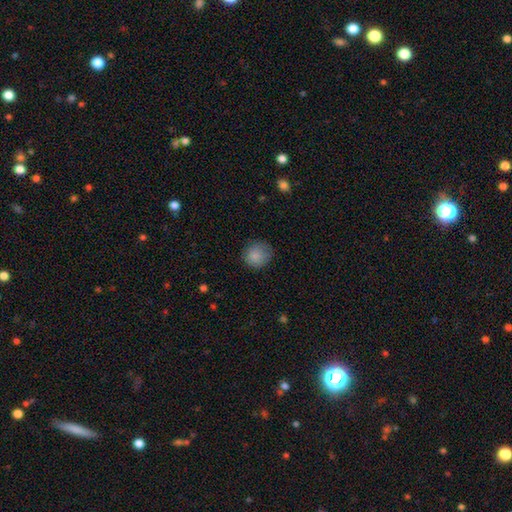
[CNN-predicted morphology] Smooth or featured? smooth (86%)
How rounded? round (87%)
Merging? none (76%)